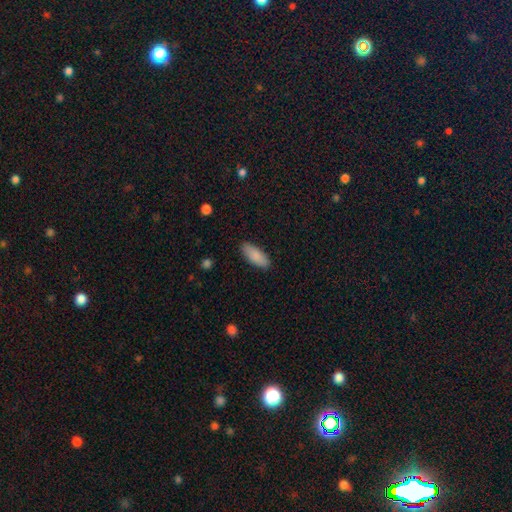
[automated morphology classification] smooth 88%, star or artifact 6%, featured or disk 6%. Down the decision tree: how rounded — in between (77%); merging — none (87%).